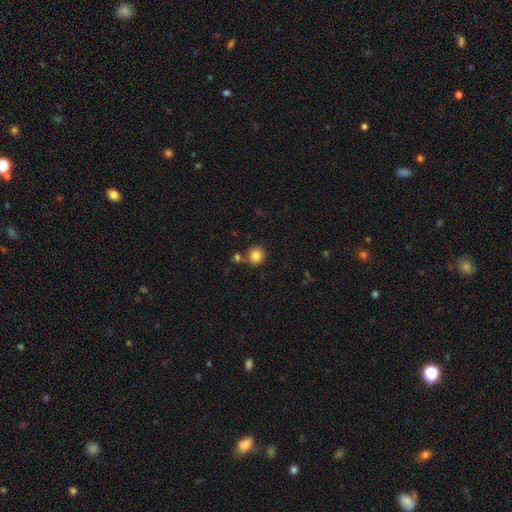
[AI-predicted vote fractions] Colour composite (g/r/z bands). It shows a smooth galaxy with no disk features (85%) that is round (91%). Merging: none (76%).